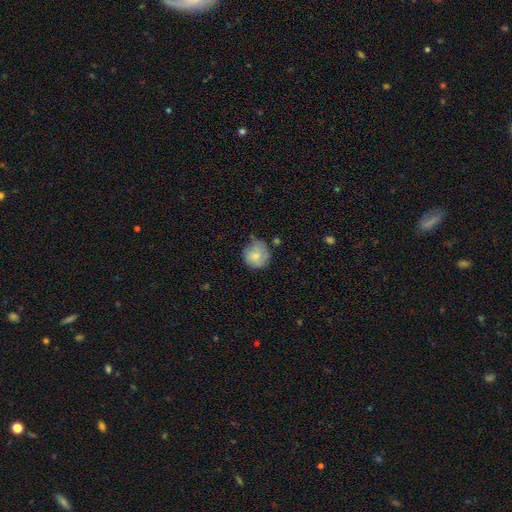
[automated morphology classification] Smooth or featured?
  - smooth: 70% *
  - featured or disk: 22%
  - star or artifact: 8%
How rounded?
  - round: 85% *
  - in between: 14%
  - cigar-shaped: 1%
Merging?
  - none: 55% *
  - minor disturbance: 32%
  - major disturbance: 9%
  - merger: 4%